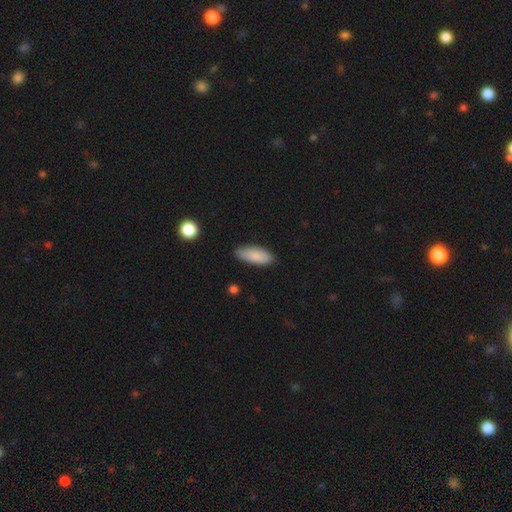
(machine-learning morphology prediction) The model was most divided on "how rounded": in between: 76%, cigar-shaped: 23%, round: 2%. More confident: smooth or featured — smooth (87%); merging — none (83%).